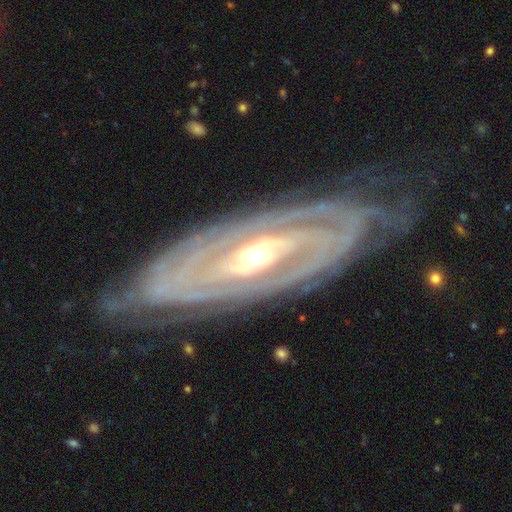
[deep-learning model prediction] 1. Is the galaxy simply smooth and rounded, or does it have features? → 90% featured or disk, 6% smooth, 5% star or artifact.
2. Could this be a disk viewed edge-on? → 84% no, 16% yes.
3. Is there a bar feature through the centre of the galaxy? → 48% no, 28% weak, 24% strong.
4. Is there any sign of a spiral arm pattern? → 92% yes, 8% no.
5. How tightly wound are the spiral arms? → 79% tight, 16% medium, 4% loose.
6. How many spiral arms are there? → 36% can't tell, 28% 2, 13% 3, 9% 4, 8% more than 4, 6% 1.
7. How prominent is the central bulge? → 55% moderate, 40% small, 3% large, 1% dominant, 1% none.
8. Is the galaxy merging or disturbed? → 73% none, 18% minor disturbance, 7% major disturbance, 2% merger.